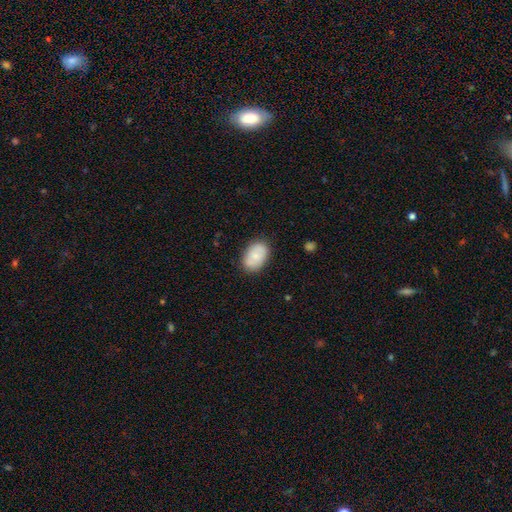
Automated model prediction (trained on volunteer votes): The model was most divided on "smooth or featured": smooth: 75%, featured or disk: 18%, star or artifact: 7%. More confident: how rounded — in between (87%); merging — none (79%).